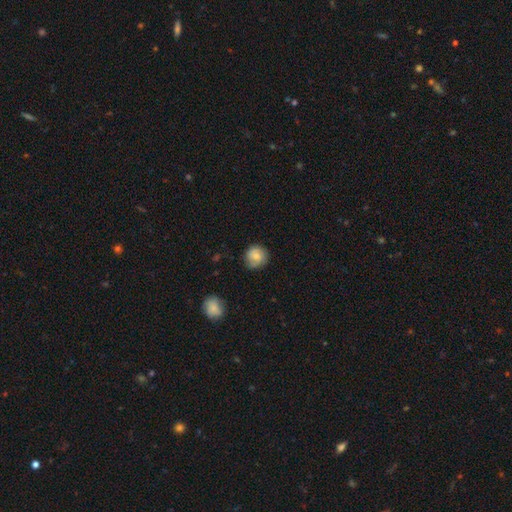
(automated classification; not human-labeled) Smooth or featured: smooth — 75% (featured or disk — 17%)
How rounded: round — 88% (in between — 11%)
Merging: none — 75% (minor disturbance — 19%)